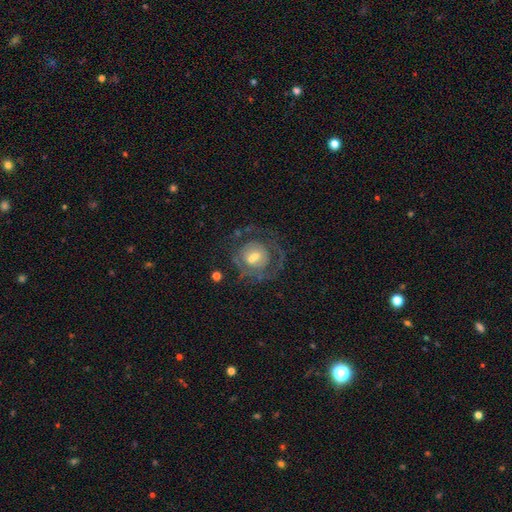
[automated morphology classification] Q: Smooth or featured?
A: featured or disk (61%); runner-up: smooth (30%)
Q: Edge-on disk?
A: no (96%); runner-up: yes (4%)
Q: Bar?
A: no (55%); runner-up: weak (35%)
Q: Spiral arms?
A: yes (56%); runner-up: no (44%)
Q: Bulge size?
A: moderate (48%); runner-up: small (40%)
Q: Merging?
A: none (45%); runner-up: major disturbance (25%)